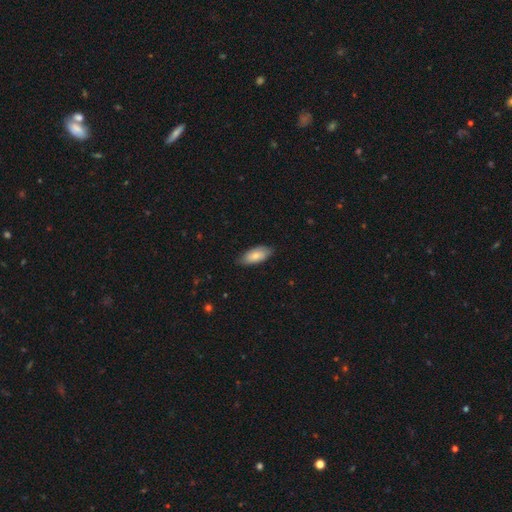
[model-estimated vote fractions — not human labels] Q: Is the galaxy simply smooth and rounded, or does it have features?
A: smooth — 77%.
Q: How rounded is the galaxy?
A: in between — 89%.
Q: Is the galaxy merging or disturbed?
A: none — 78%.